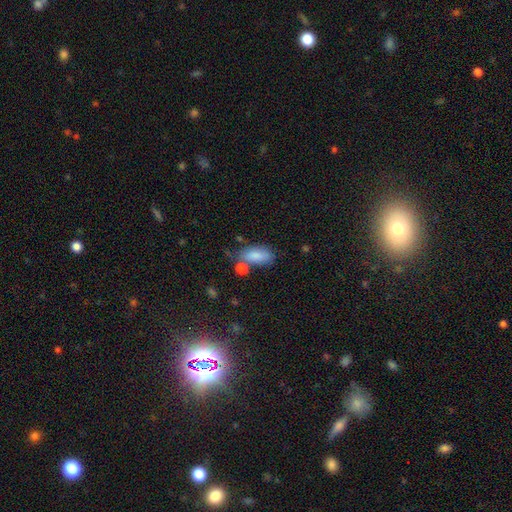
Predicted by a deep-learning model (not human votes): smooth 84%, featured or disk 9%, star or artifact 7%. Down the decision tree: how rounded — in between (88%); merging — none (54%).